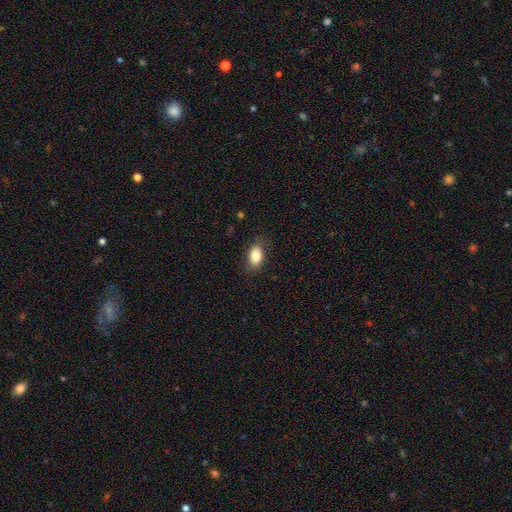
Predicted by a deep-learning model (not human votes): smooth_or_featured: smooth (p=0.84) [alt: featured or disk p=0.09]
how_rounded: in between (p=0.90) [alt: round p=0.08]
merging: none (p=0.81) [alt: minor disturbance p=0.14]